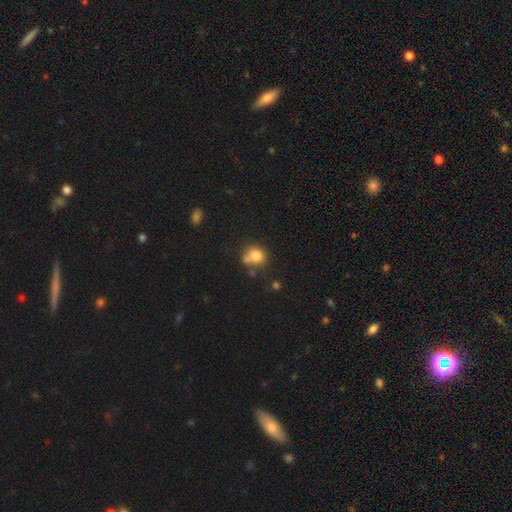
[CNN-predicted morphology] Q: Smooth or featured?
A: smooth (77%); runner-up: star or artifact (11%)
Q: How rounded?
A: round (78%); runner-up: in between (22%)
Q: Merging?
A: none (51%); runner-up: merger (29%)